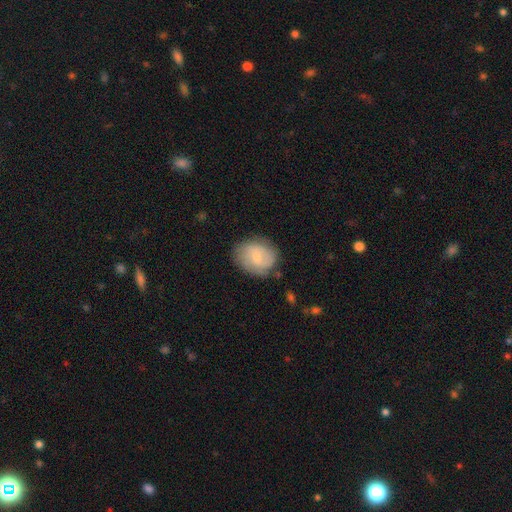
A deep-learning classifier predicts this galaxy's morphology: Q: Smooth or featured?
A: featured or disk (47%); runner-up: smooth (46%)
Q: Merging?
A: none (71%); runner-up: minor disturbance (20%)